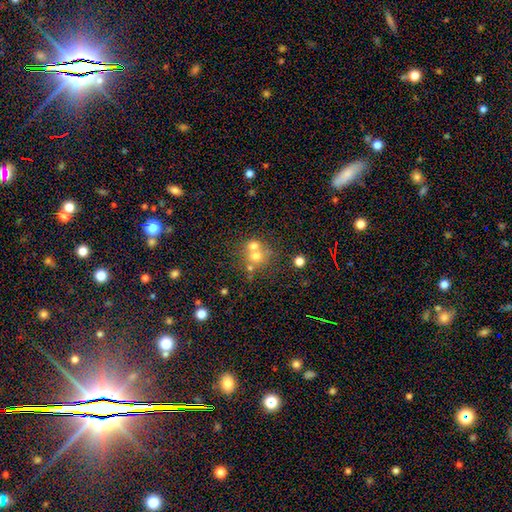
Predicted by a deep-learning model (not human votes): A smooth galaxy with no disk features (62%) that is round (83%). Merging: merger (49%).